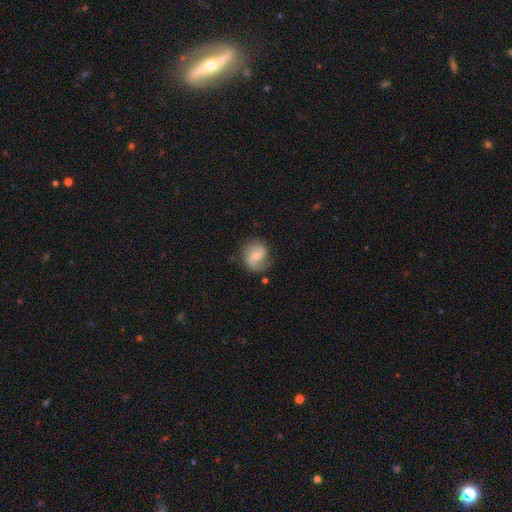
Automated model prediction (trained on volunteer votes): This appears to be a featured or disk galaxy (67%) with no bar (48%), 2 (76%) medium (45%) spiral arms (91%) and a moderate central bulge (47%, tied with small). Merging: none (69%).